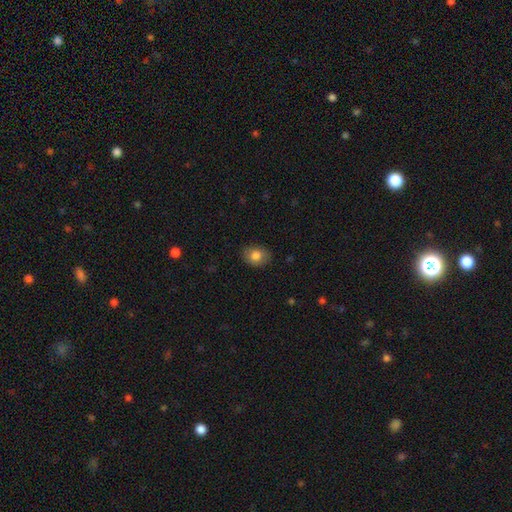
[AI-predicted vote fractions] This is clearly a smooth galaxy (82%). How rounded: possibly in between (57%). Merging: clearly none (85%).